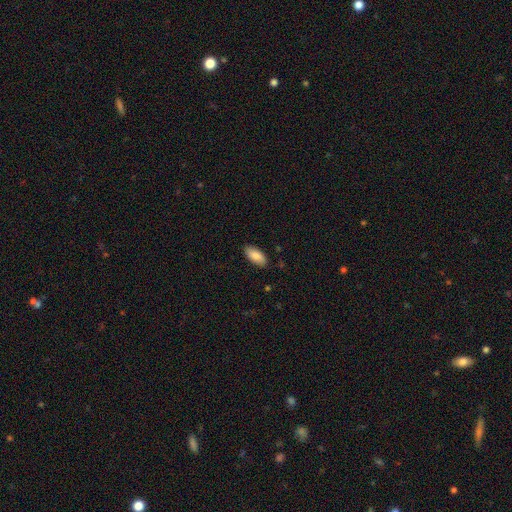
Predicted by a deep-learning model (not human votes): A smooth galaxy with no disk features (87%) that is in between round and cigar-shaped (88%). Merging: none (86%).